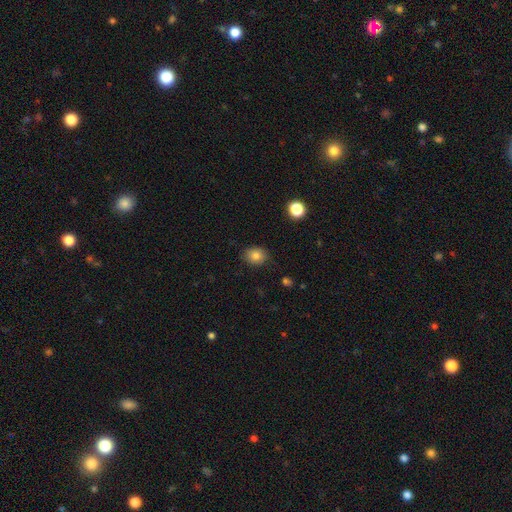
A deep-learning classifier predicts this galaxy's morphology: Overall: smooth (81%). How rounded: round (59%; in between 40%). Merging: none (86%).